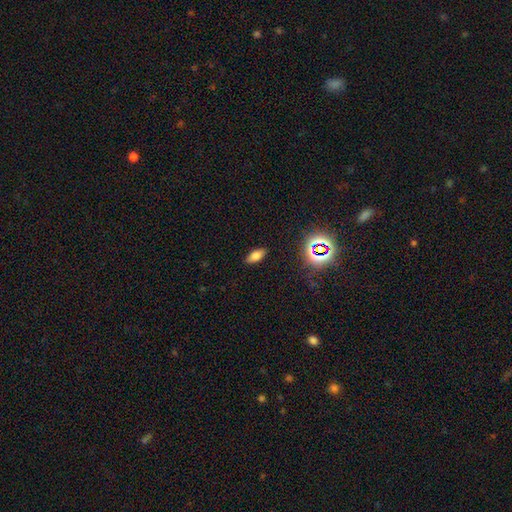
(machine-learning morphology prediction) Q: Smooth or featured?
A: smooth (72%); runner-up: star or artifact (15%)
Q: How rounded?
A: in between (85%); runner-up: cigar-shaped (10%)
Q: Merging?
A: none (88%); runner-up: minor disturbance (9%)